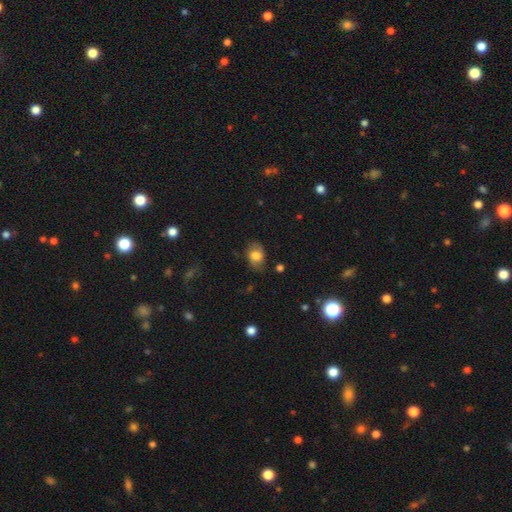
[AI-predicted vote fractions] A smooth galaxy with no disk features (66%) that is in between round and cigar-shaped (80%). Merging: none (74%).